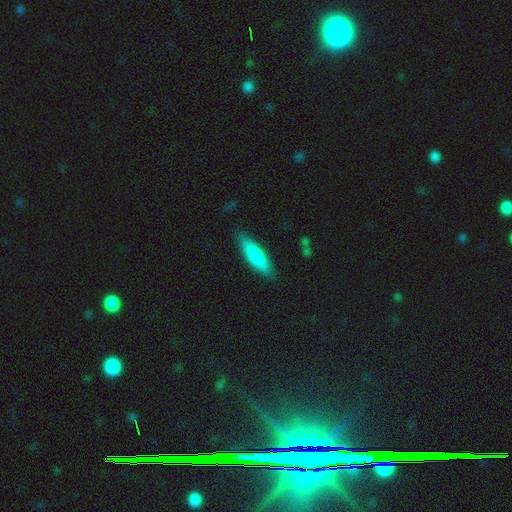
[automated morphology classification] type=smooth (83%); roundness=cigar-shaped (70%); merging=none (86%).